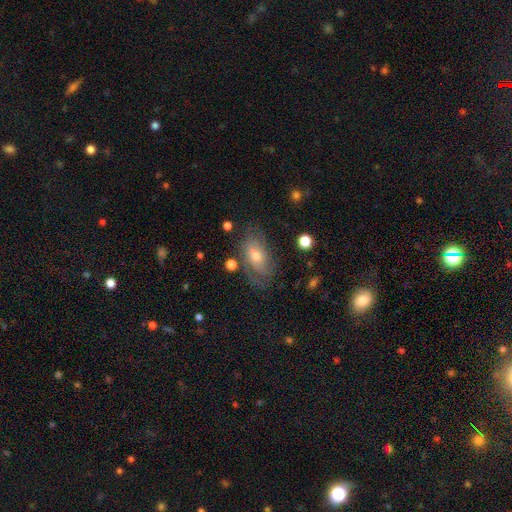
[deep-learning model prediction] The model was most divided on "bulge size": moderate: 51%, small: 44%, large: 3%, none: 1%, dominant: 1%. More confident: edge-on disk — no (92%); spiral arms — yes (80%); bar — no (68%); merging — none (65%); smooth or featured — featured or disk (62%).